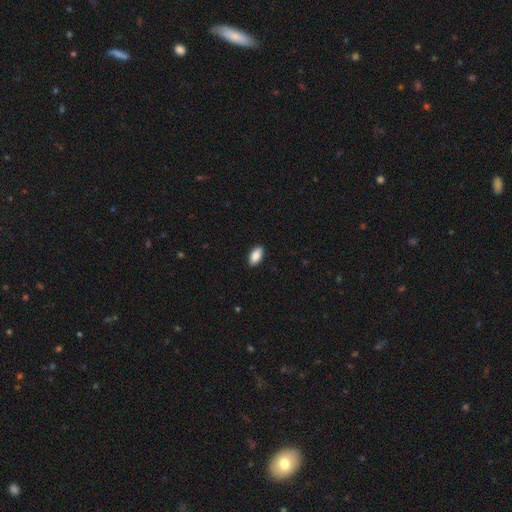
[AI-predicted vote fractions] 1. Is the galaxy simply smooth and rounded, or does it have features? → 88% smooth, 6% star or artifact, 6% featured or disk.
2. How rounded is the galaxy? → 92% in between, 5% cigar-shaped, 3% round.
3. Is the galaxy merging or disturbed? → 90% none, 8% minor disturbance, 2% major disturbance, 1% merger.